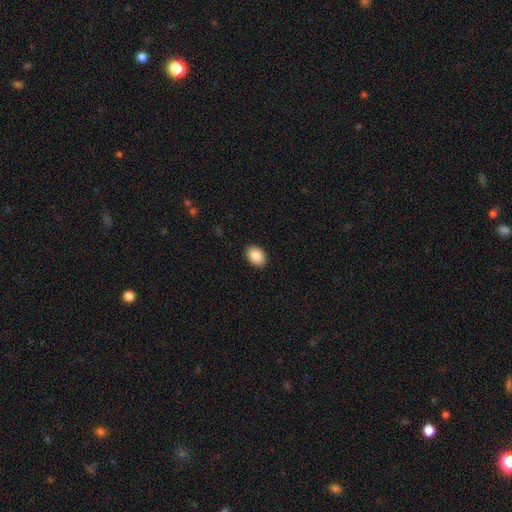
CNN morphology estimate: This is clearly a smooth galaxy (88%). How rounded: clearly in between (84%). Merging: clearly none (91%).